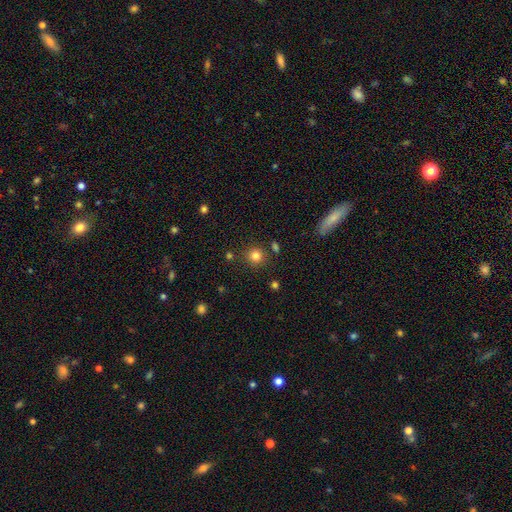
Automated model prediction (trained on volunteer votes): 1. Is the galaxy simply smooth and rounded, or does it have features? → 81% smooth, 13% star or artifact, 6% featured or disk.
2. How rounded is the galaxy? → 92% round, 7% in between, 1% cigar-shaped.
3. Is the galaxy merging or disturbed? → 85% none, 8% minor disturbance, 5% merger, 3% major disturbance.